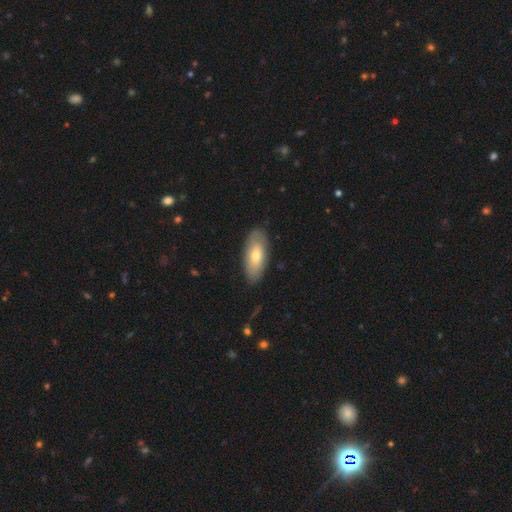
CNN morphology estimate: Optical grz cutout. It shows a smooth galaxy with no disk features (67%) that is in between round and cigar-shaped (81%). Merging: none (86%).